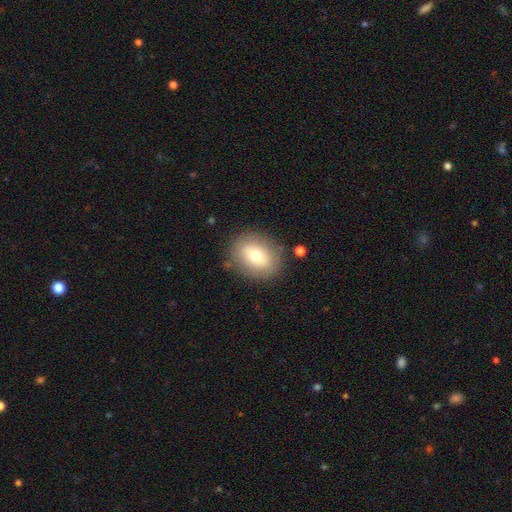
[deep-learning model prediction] Smooth or featured?
  - smooth: 70% *
  - featured or disk: 21%
  - star or artifact: 9%
How rounded?
  - in between: 53% *
  - round: 46%
  - cigar-shaped: 1%
Merging?
  - none: 83% *
  - minor disturbance: 11%
  - major disturbance: 4%
  - merger: 2%